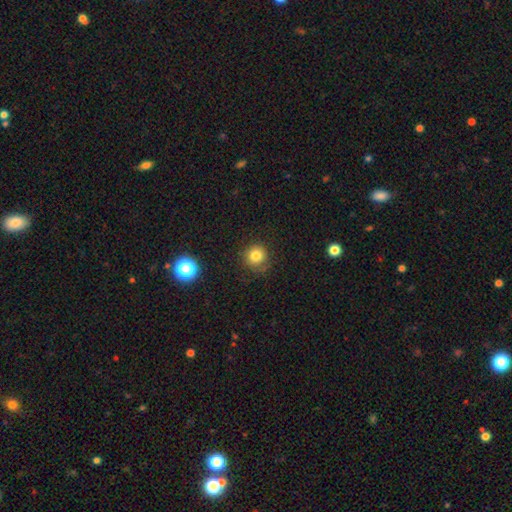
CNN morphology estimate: A smooth galaxy with no disk features (79%) that is round (92%).

Vote fractions:
- Smooth or featured? smooth: 79% / star or artifact: 13% / featured or disk: 7%
- How rounded? round: 92% / in between: 7% / cigar-shaped: 1%
- Merging? none: 81% / minor disturbance: 13% / major disturbance: 4% / merger: 1%